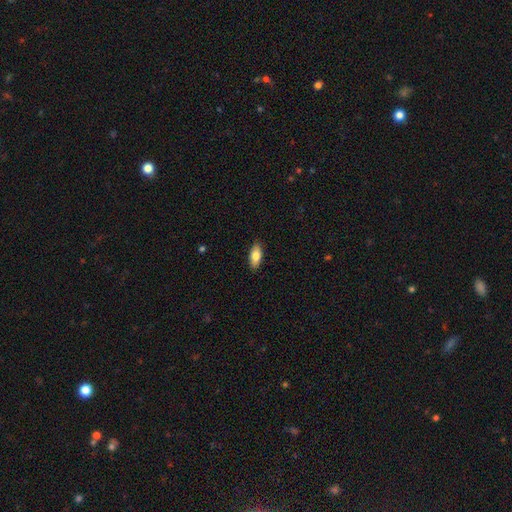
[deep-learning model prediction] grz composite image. It shows a smooth galaxy with no disk features (81%) that is in between round and cigar-shaped (85%). Merging: none (89%).